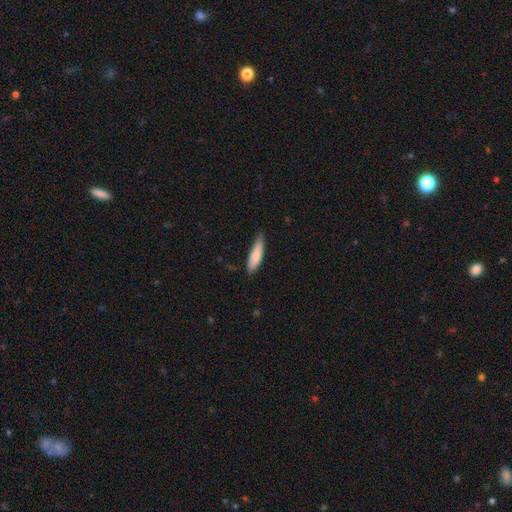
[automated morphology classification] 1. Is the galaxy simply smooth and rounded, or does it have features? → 81% smooth, 14% featured or disk, 5% star or artifact.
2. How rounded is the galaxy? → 63% cigar-shaped, 35% in between, 1% round.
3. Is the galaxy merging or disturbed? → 72% none, 23% minor disturbance, 3% major disturbance, 1% merger.